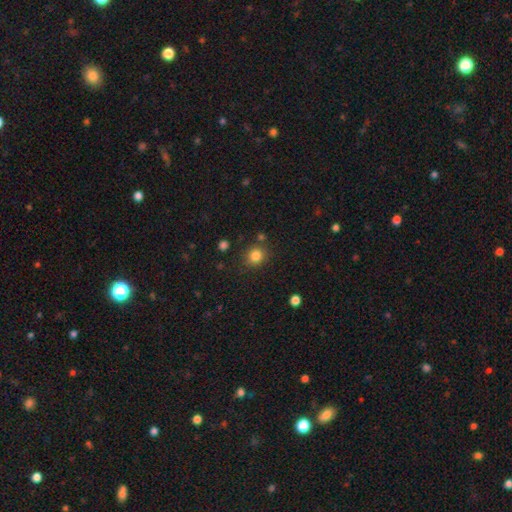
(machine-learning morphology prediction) smooth 83%, star or artifact 12%, featured or disk 6%. Down the decision tree: how rounded — round (80%); merging — none (81%).